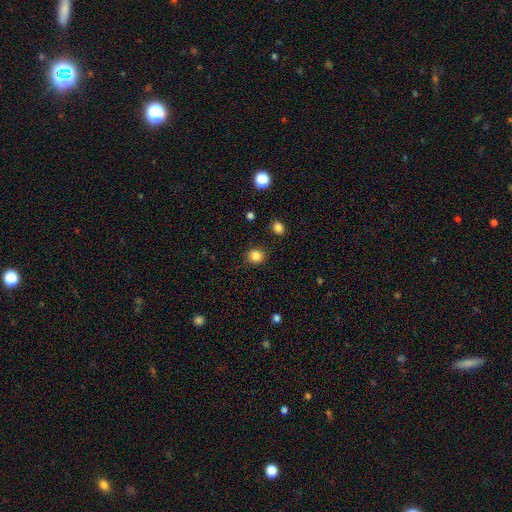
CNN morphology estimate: A smooth galaxy with no disk features (85%) that is round (85%).

Vote fractions:
- Smooth or featured? smooth: 85% / star or artifact: 11% / featured or disk: 4%
- How rounded? round: 85% / in between: 14% / cigar-shaped: 1%
- Merging? none: 87% / minor disturbance: 9% / major disturbance: 3% / merger: 2%